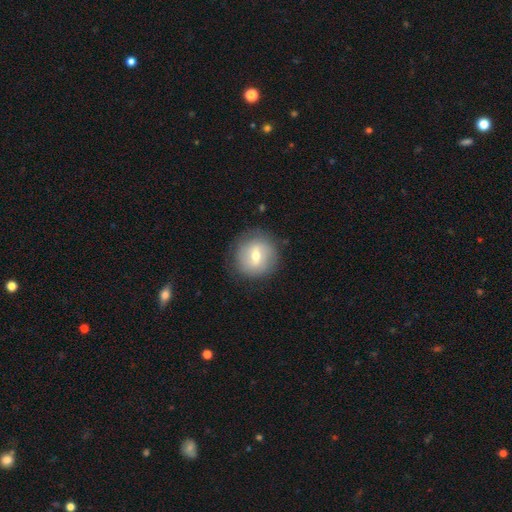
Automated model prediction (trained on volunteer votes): smooth_or_featured: smooth (p=0.49) [alt: featured or disk p=0.43]
merging: none (p=0.85) [alt: minor disturbance p=0.10]